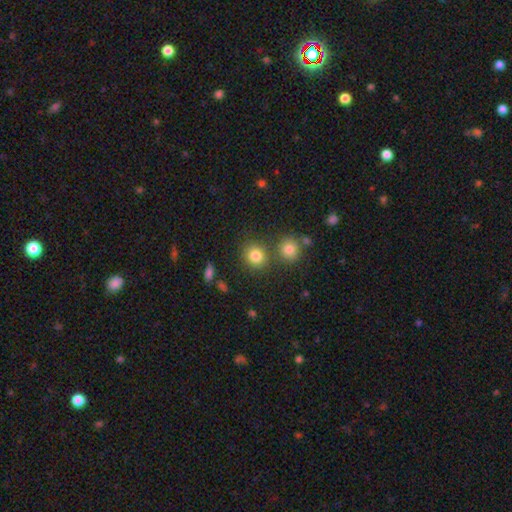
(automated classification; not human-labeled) A smooth galaxy with no disk features (81%) that is round (83%). Merging: none (74%).